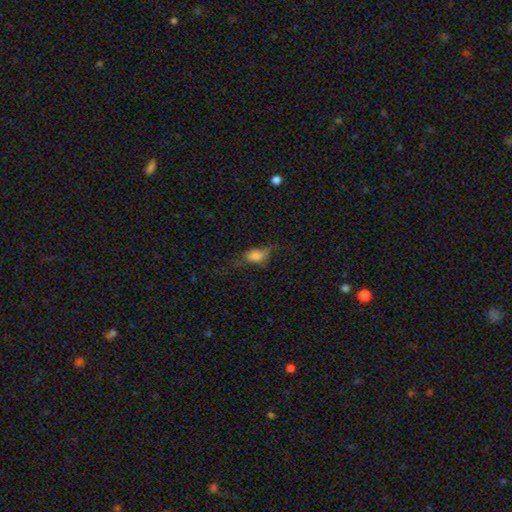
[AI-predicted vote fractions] Q: Smooth or featured?
A: smooth (72%); runner-up: featured or disk (17%)
Q: How rounded?
A: in between (82%); runner-up: round (9%)
Q: Merging?
A: major disturbance (35%); runner-up: none (33%)